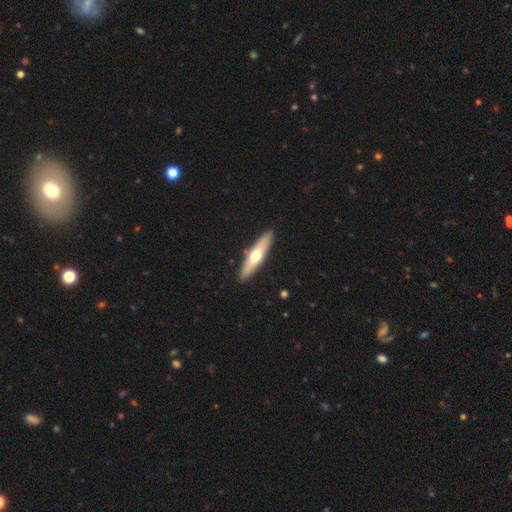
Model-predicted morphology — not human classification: Smooth or featured?
  - smooth: 52% *
  - featured or disk: 43%
  - star or artifact: 5%
How rounded?
  - cigar-shaped: 75% *
  - in between: 24%
  - round: 2%
Merging?
  - none: 90% *
  - minor disturbance: 7%
  - major disturbance: 2%
  - merger: 1%